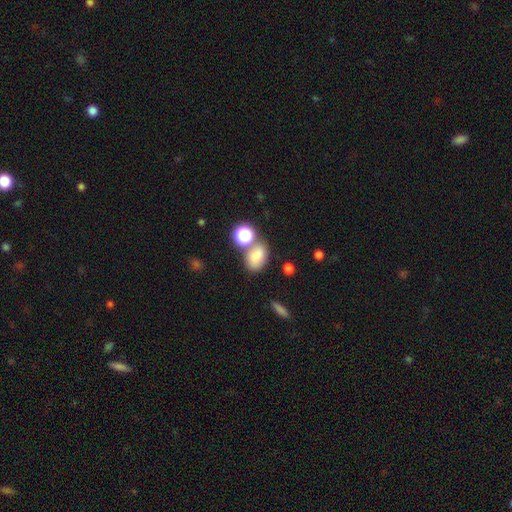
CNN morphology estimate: Overall: smooth (73%). How rounded: in between (70%). Merging: none (56%; merger 24%).